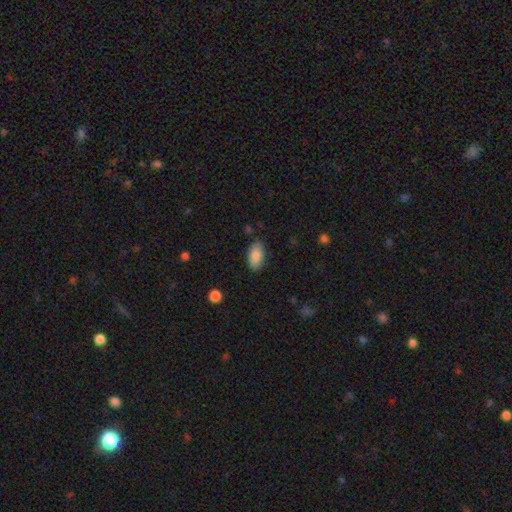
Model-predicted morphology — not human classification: Smooth or featured: smooth — 87% (star or artifact — 7%)
How rounded: in between — 93% (cigar-shaped — 4%)
Merging: none — 83% (minor disturbance — 13%)